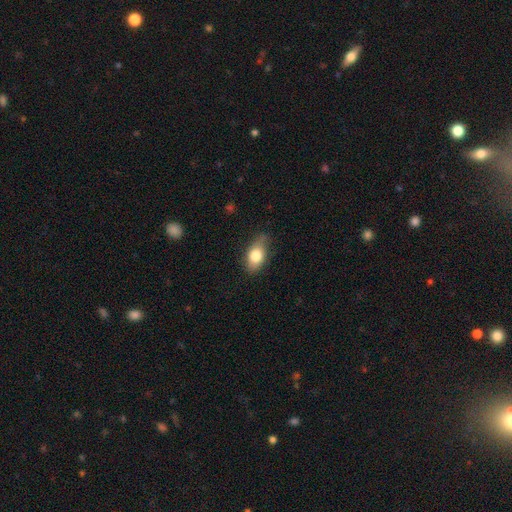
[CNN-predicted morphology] A smooth galaxy with no disk features (78%) that is in between round and cigar-shaped (86%).

Vote fractions:
- Smooth or featured? smooth: 78% / featured or disk: 15% / star or artifact: 7%
- How rounded? in between: 86% / round: 9% / cigar-shaped: 5%
- Merging? none: 64% / minor disturbance: 28% / major disturbance: 6% / merger: 2%